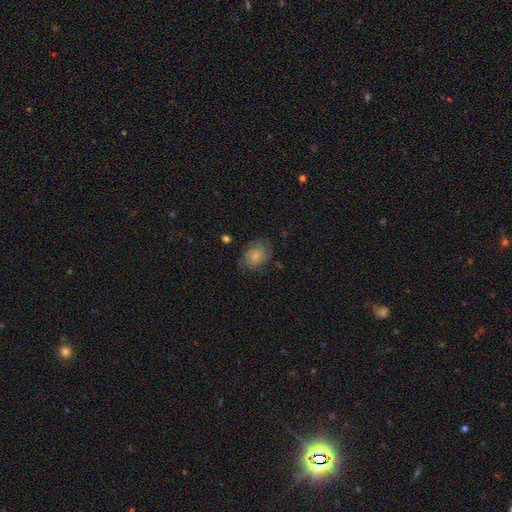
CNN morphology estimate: Q: Smooth or featured?
A: smooth (51%); runner-up: featured or disk (41%)
Q: How rounded?
A: in between (58%); runner-up: round (41%)
Q: Merging?
A: none (69%); runner-up: minor disturbance (21%)